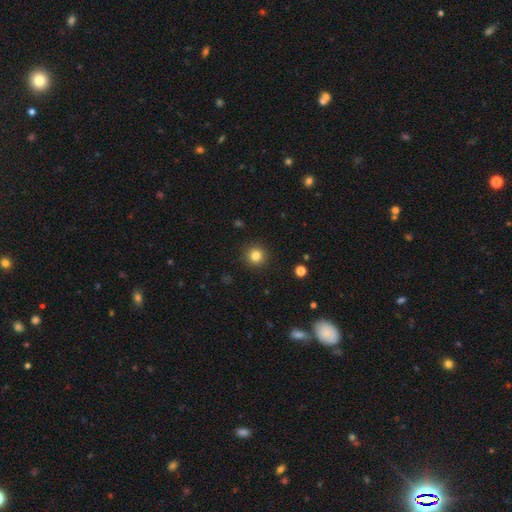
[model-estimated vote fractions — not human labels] This appears to be a smooth galaxy with no disk features (82%) that is round (95%). Merging: none (92%).